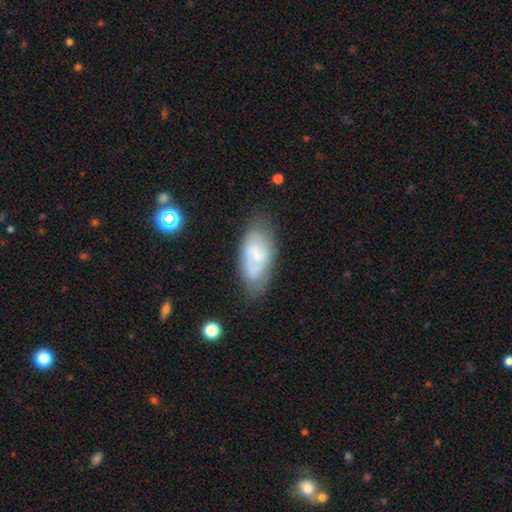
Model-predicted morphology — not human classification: type=featured or disk (50%); merging=none (68%).